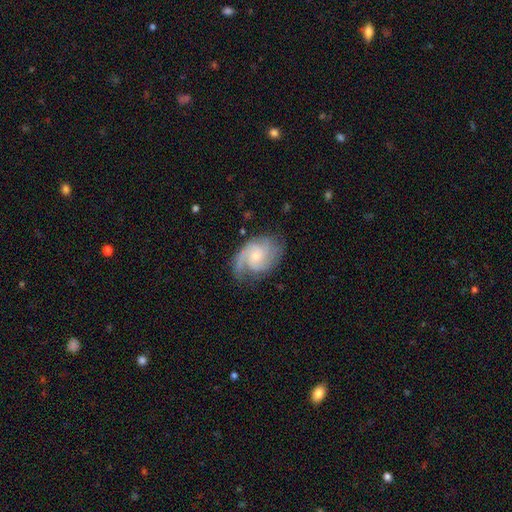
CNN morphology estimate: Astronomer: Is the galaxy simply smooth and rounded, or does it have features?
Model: featured or disk — 85%.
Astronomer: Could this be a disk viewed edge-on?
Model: no — 98%.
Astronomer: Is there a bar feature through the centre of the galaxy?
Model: no — 66%.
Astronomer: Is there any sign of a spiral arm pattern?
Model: yes — 97%.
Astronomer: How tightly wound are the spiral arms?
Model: medium — 45% (runner-up: tight, 42%).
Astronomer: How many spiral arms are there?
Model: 2 — 36% (runner-up: 3, 30%).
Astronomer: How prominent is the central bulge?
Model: small — 58% (runner-up: moderate, 35%).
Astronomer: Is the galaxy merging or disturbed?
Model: none — 70%.